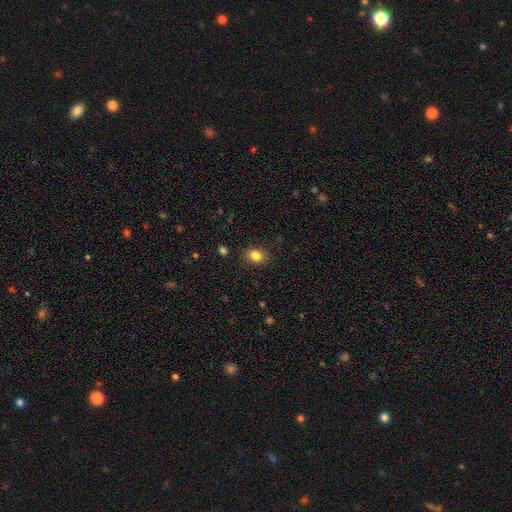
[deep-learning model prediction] Smooth or featured?
  - smooth: 84% *
  - star or artifact: 10%
  - featured or disk: 6%
How rounded?
  - in between: 56% *
  - round: 43%
  - cigar-shaped: 1%
Merging?
  - none: 87% *
  - minor disturbance: 10%
  - major disturbance: 3%
  - merger: 1%